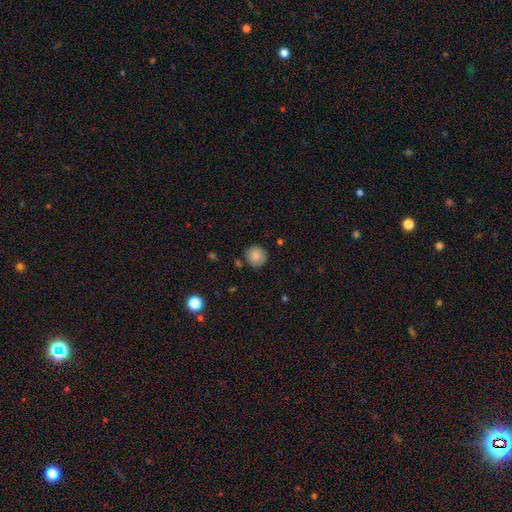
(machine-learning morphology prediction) A smooth galaxy with no disk features (87%) that is round (93%). Merging: none (86%).